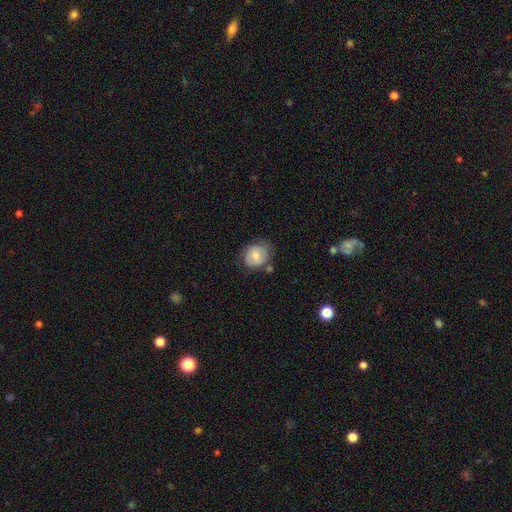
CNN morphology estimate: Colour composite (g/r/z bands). It shows a smooth galaxy with no disk features (71%) that is round (68%). Merging: none (60%).